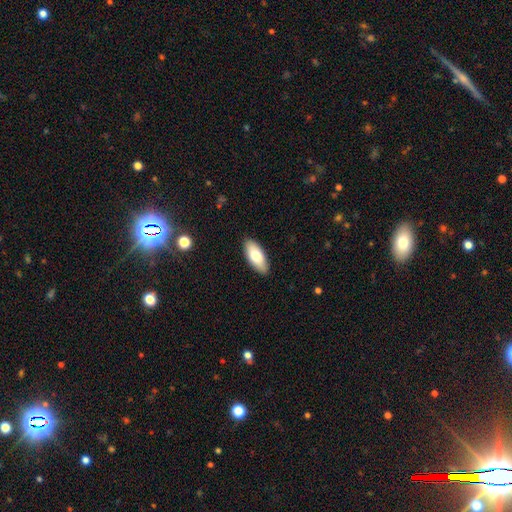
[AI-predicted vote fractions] Smooth or featured: smooth — 76% (featured or disk — 18%)
How rounded: in between — 86% (cigar-shaped — 12%)
Merging: none — 87% (minor disturbance — 10%)